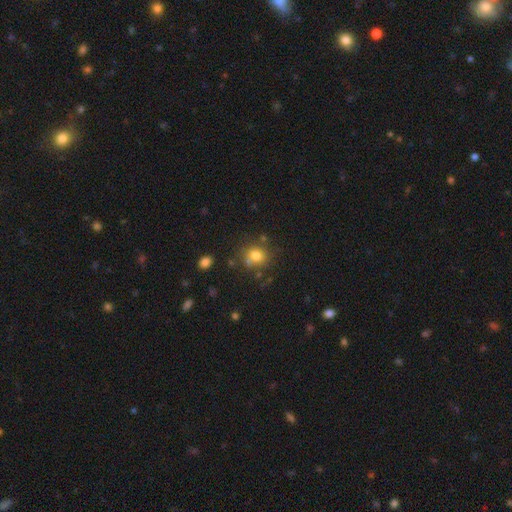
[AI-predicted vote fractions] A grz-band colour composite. It shows a smooth galaxy with no disk features (76%) that is round (76%). Merging: none (69%).